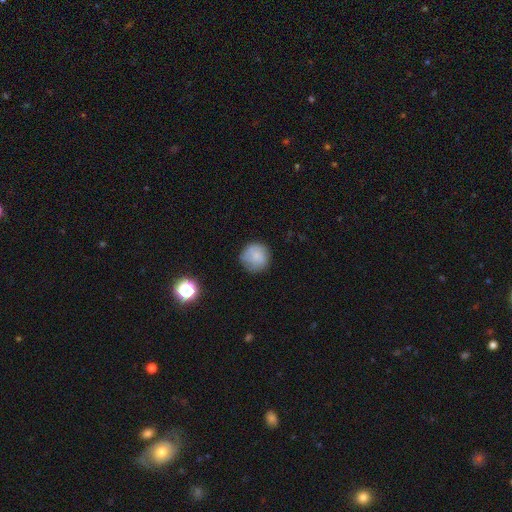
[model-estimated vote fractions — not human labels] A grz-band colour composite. It shows a smooth galaxy with no disk features (82%) that is round (93%). Merging: none (80%).